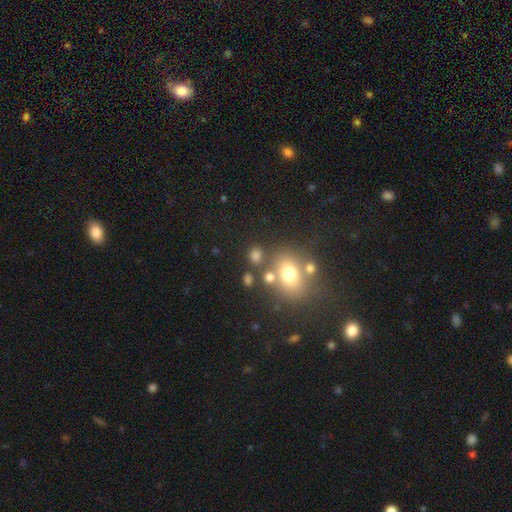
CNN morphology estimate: Smooth or featured? smooth (73%)
How rounded? round (66%)
Merging? none (67%)